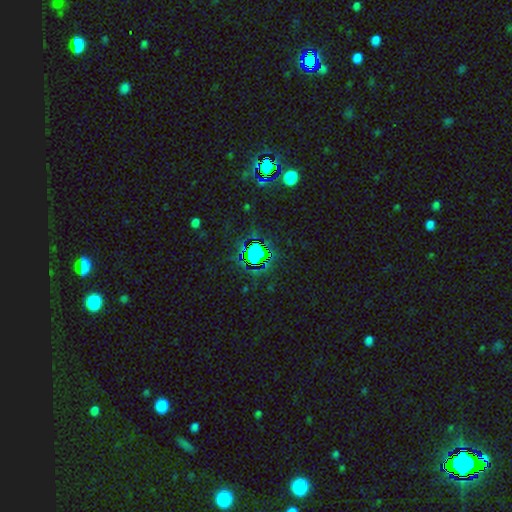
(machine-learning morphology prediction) Smooth or featured? Predicted: star or artifact (p=0.71).